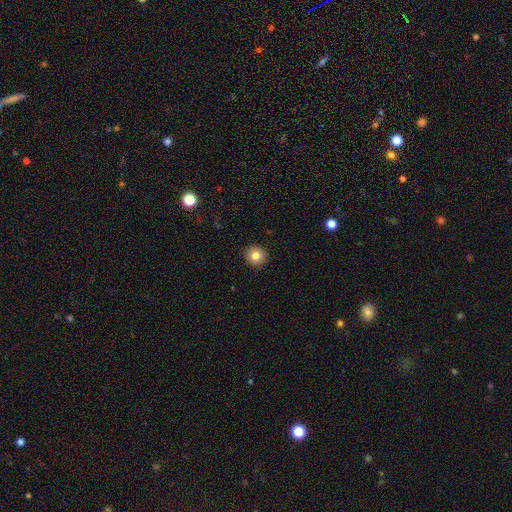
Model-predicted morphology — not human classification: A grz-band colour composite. It shows a smooth galaxy with no disk features (82%) that is round (92%). Merging: none (92%).